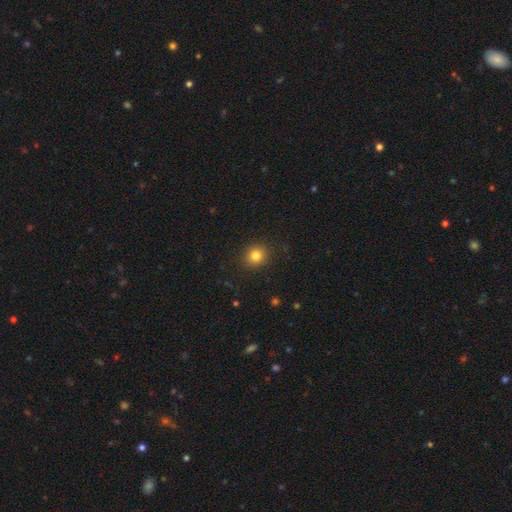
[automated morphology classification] Smooth or featured? smooth (82%)
How rounded? round (81%)
Merging? none (90%)